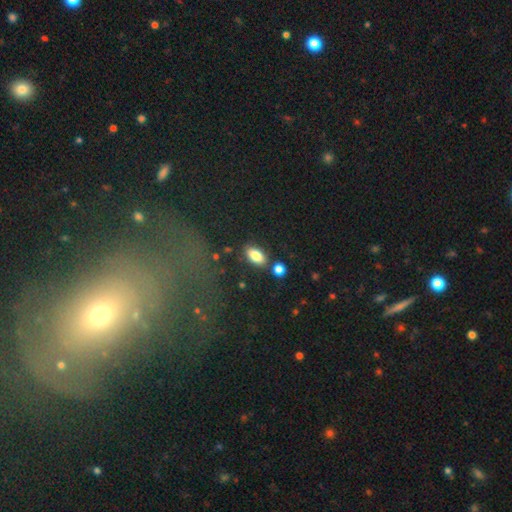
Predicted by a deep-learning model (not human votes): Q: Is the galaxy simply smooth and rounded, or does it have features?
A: smooth — 84%.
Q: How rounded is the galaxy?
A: in between — 91%.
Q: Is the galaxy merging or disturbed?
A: none — 80%.